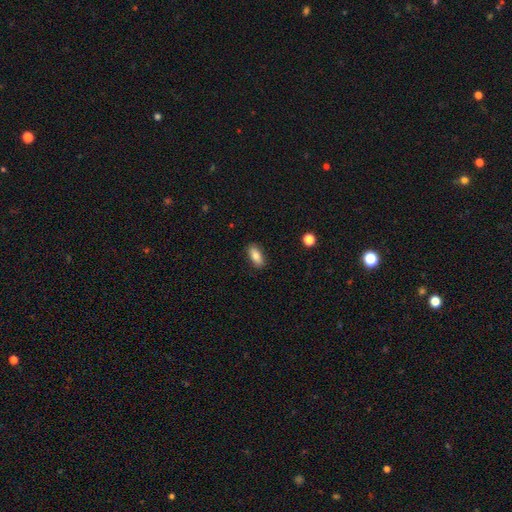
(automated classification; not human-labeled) Smooth or featured?
  - smooth: 82% *
  - featured or disk: 10%
  - star or artifact: 7%
How rounded?
  - in between: 84% *
  - cigar-shaped: 13%
  - round: 3%
Merging?
  - none: 88% *
  - minor disturbance: 9%
  - major disturbance: 2%
  - merger: 1%